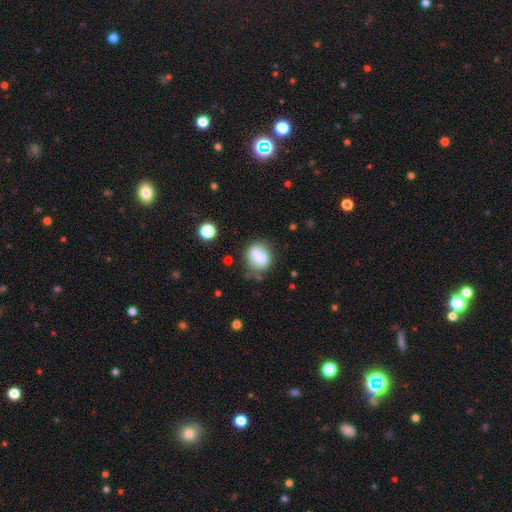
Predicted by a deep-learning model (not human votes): smooth 70%, featured or disk 20%, star or artifact 10%. Down the decision tree: how rounded — round (57%); merging — none (48%).